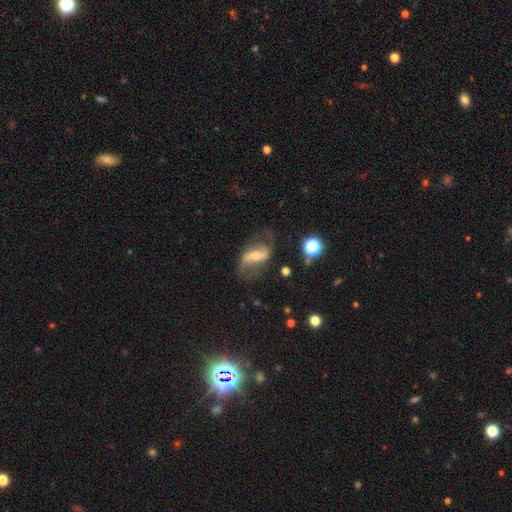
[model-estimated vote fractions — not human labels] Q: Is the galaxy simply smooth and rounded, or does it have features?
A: featured or disk — 75%.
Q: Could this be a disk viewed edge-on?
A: no — 94%.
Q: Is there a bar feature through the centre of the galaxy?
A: strong — 40%.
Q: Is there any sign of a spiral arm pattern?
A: yes — 89%.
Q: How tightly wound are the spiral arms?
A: loose — 72%.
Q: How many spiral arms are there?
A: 2 — 89%.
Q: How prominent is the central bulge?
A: small — 45%.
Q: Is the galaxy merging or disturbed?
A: none — 60%.